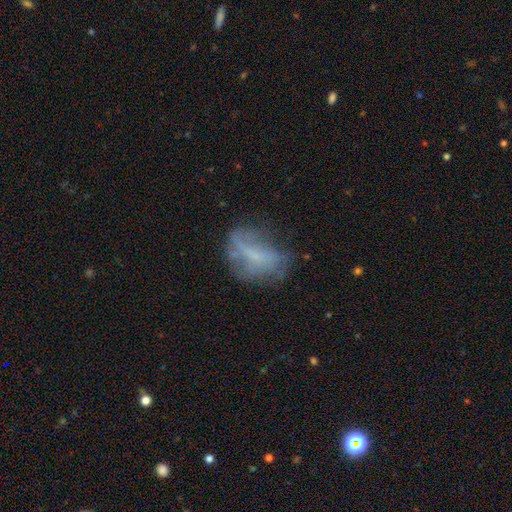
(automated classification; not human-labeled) smooth-or-featured: smooth: 42% (tied) | featured or disk: 42% (tied) | star or artifact: 15%
  merging: none: 46% | minor disturbance: 27% | major disturbance: 23% | merger: 3%